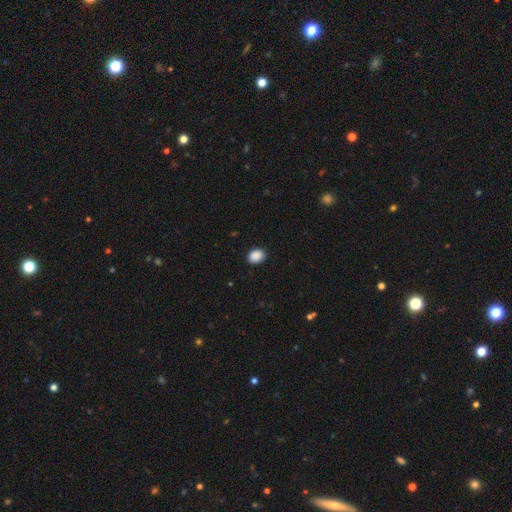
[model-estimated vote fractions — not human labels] Morphology: type=smooth (89%); roundness=in between (60%); merging=none (87%).